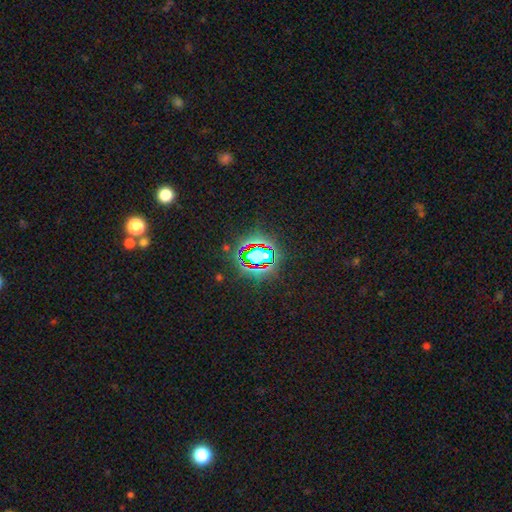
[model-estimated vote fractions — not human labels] Morphology: type=star or artifact (73%).